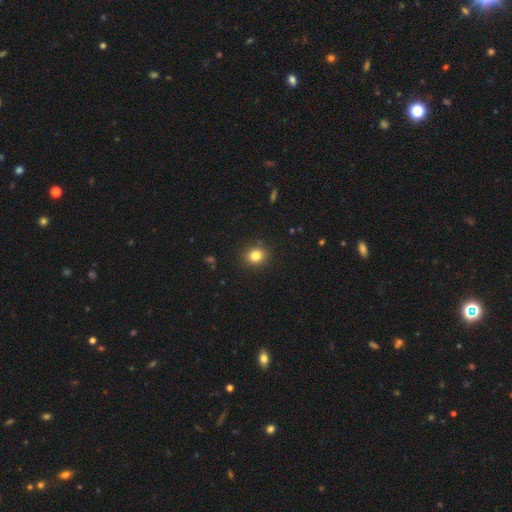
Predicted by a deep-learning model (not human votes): Morphology: type=smooth (83%); roundness=round (79%); merging=none (89%).